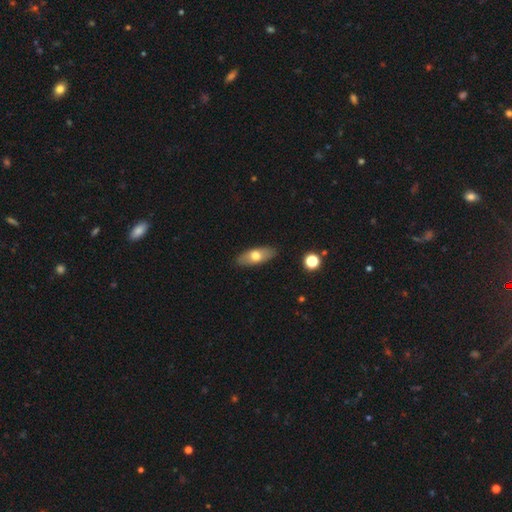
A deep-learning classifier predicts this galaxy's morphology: type=smooth (66%); roundness=in between (78%); merging=none (88%).